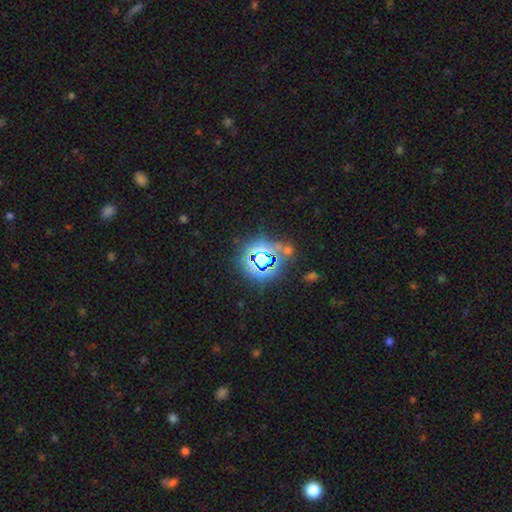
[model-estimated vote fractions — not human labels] Smooth or featured: star or artifact — 72% (smooth — 17%)